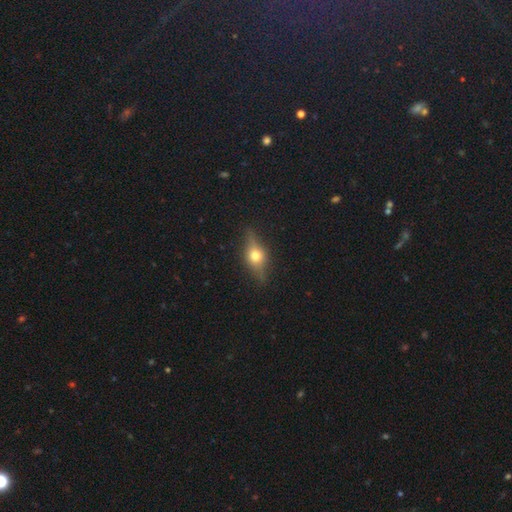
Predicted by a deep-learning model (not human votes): Smooth or featured? featured or disk (56%)
Edge-on disk? yes (88%)
Merging? none (84%)